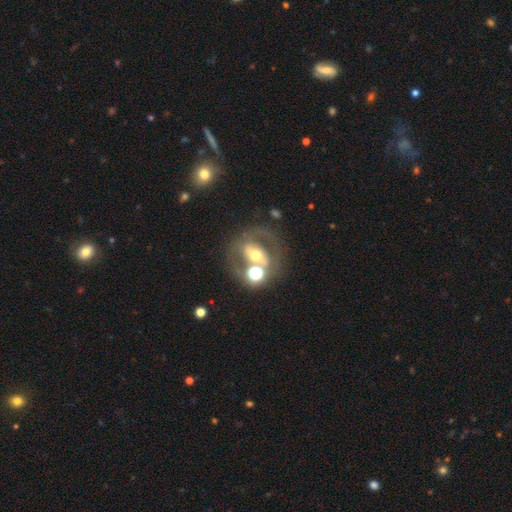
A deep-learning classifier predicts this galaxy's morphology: Smooth or featured?
  - featured or disk: 61% *
  - smooth: 25%
  - star or artifact: 13%
Edge-on disk?
  - no: 95% *
  - yes: 5%
Bar?
  - no: 37% *
  - strong: 35%
  - weak: 28%
Spiral arms?
  - no: 51% *
  - yes: 49%
Bulge size?
  - moderate: 63% *
  - small: 18%
  - large: 14%
  - dominant: 3%
  - none: 2%
Merging?
  - none: 53% *
  - merger: 22%
  - minor disturbance: 14%
  - major disturbance: 12%